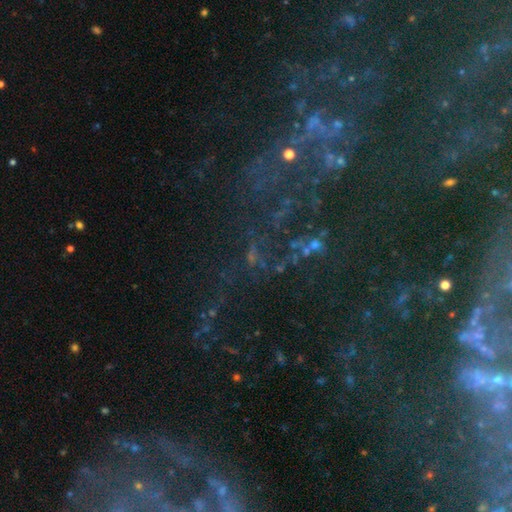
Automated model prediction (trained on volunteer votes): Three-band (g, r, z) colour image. It shows a star or artifact, not a galaxy (62%).